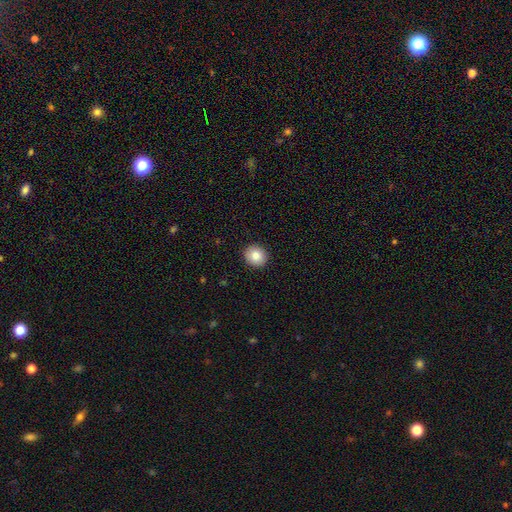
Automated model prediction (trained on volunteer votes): A smooth galaxy with no disk features (84%) that is round (86%).

Vote fractions:
- Smooth or featured? smooth: 84% / star or artifact: 9% / featured or disk: 8%
- How rounded? round: 86% / in between: 13% / cigar-shaped: 1%
- Merging? none: 92% / minor disturbance: 5% / major disturbance: 2% / merger: 1%